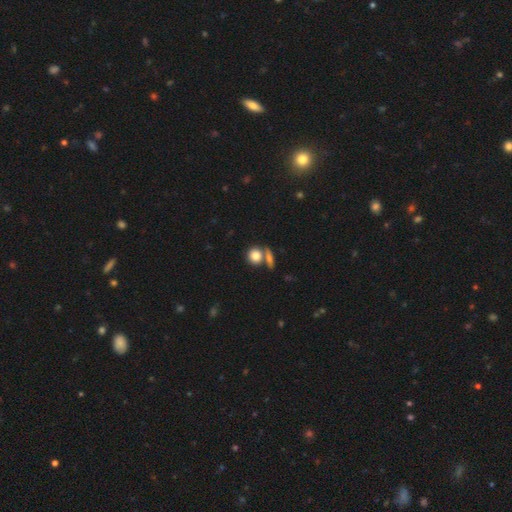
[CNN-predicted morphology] Overall: smooth (81%). How rounded: round (79%). Merging: none (59%; merger 27%).